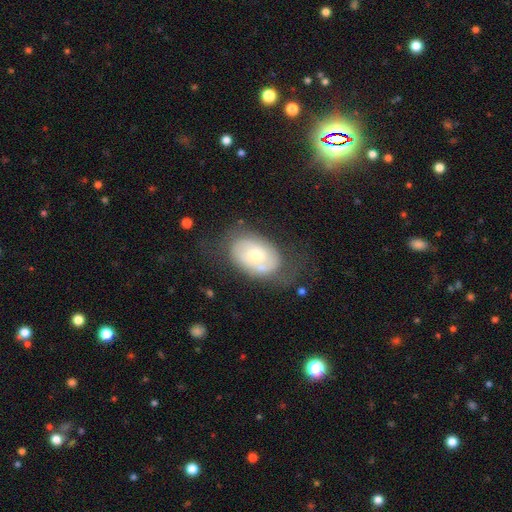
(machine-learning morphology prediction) smooth-or-featured: featured or disk: 56% | smooth: 37% | star or artifact: 7%
  disk-edge-on: no: 94% | yes: 6%
    bar: no: 76% | weak: 20% | strong: 4%
    has-spiral-arms: yes: 62% | no: 38%
    bulge-size: moderate: 58% | small: 35% | large: 5% | none: 1% | dominant: 1%
  merging: none: 57% | minor disturbance: 23% | major disturbance: 15% | merger: 6%